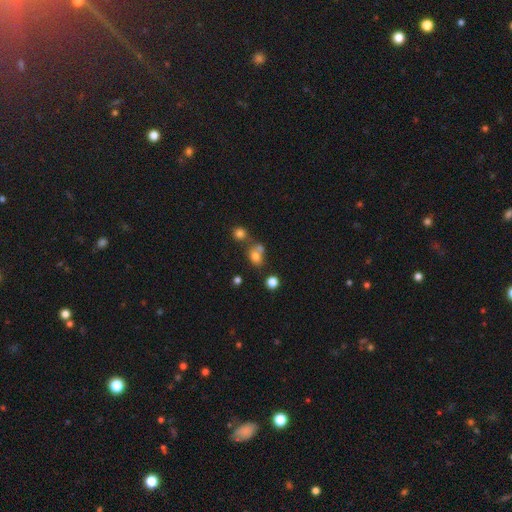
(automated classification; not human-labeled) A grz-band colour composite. It shows a smooth galaxy with no disk features (72%) that is round (49%, tied with in between). Merging: none (45%).